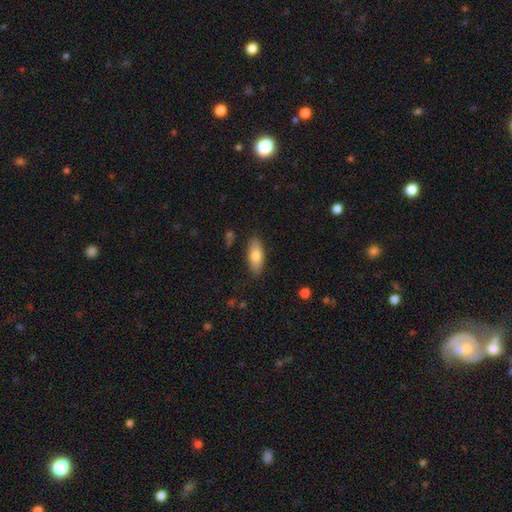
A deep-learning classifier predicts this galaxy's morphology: Overall: smooth (74%). How rounded: in between (76%). Merging: none (86%).